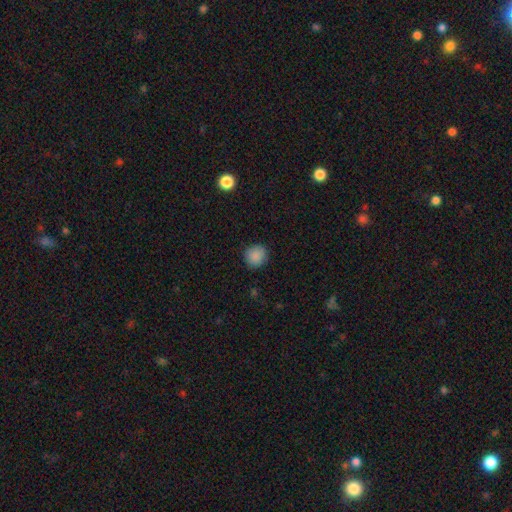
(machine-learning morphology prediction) Smooth or featured? smooth (88%)
How rounded? round (90%)
Merging? none (89%)